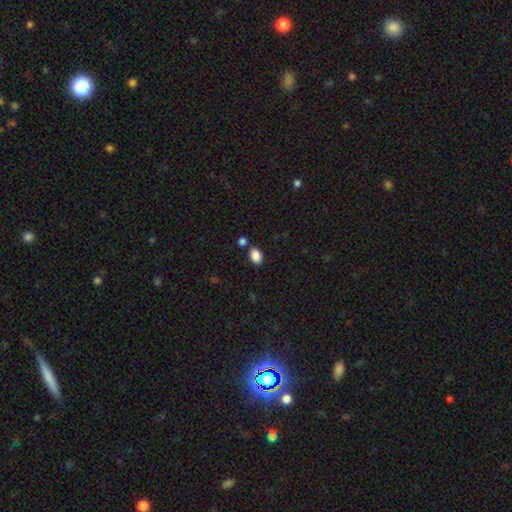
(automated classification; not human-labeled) The model was most divided on "merging": none: 77%, minor disturbance: 11%, merger: 9%, major disturbance: 3%. More confident: smooth or featured — smooth (88%); how rounded — in between (86%).